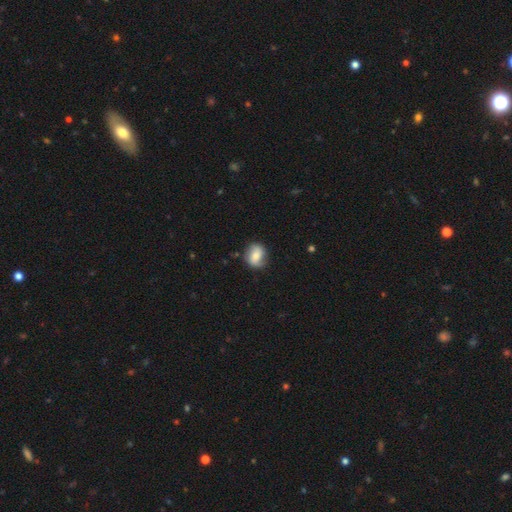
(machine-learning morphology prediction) Q: Smooth or featured?
A: smooth (63%); runner-up: featured or disk (29%)
Q: How rounded?
A: round (62%); runner-up: in between (37%)
Q: Merging?
A: none (76%); runner-up: minor disturbance (18%)